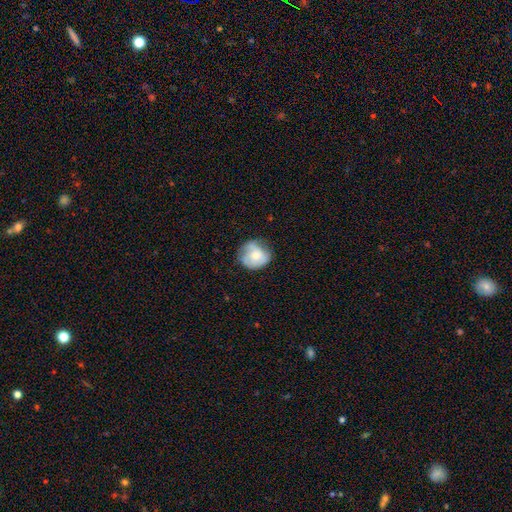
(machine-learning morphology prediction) This is possibly a smooth galaxy (57%). How rounded: likely round (75%). Merging: possibly none (57%).